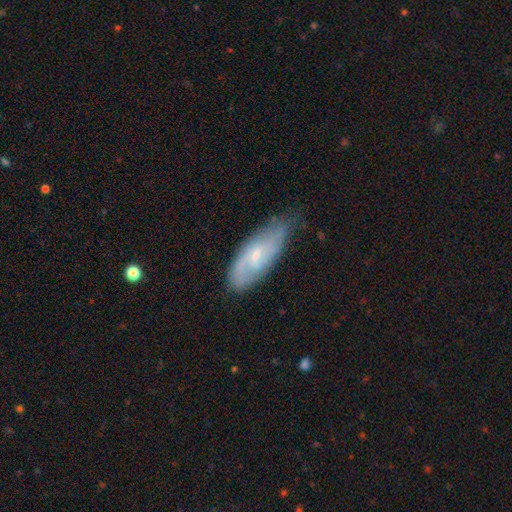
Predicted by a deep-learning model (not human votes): This appears to be a featured or disk galaxy (66%) with no bar (50%), 2 (50%) medium (43%) spiral arms (88%) and a small central bulge (72%). Merging: none (69%).